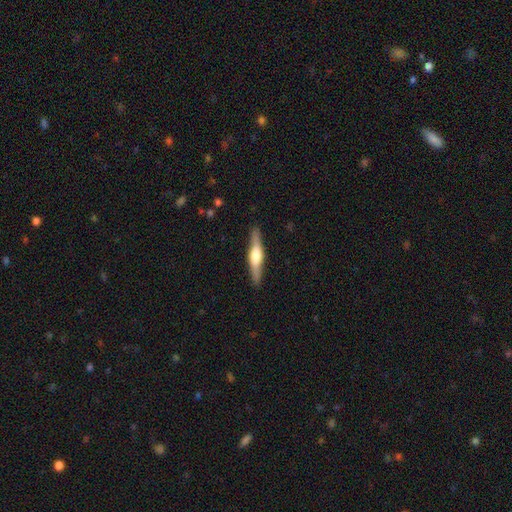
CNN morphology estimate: Smooth or featured? Predicted: featured or disk (p=0.63). Edge-on disk? Predicted: yes (p=0.96). Edge-on bulge? Predicted: rounded (p=0.83). Merging? Predicted: none (p=0.89).